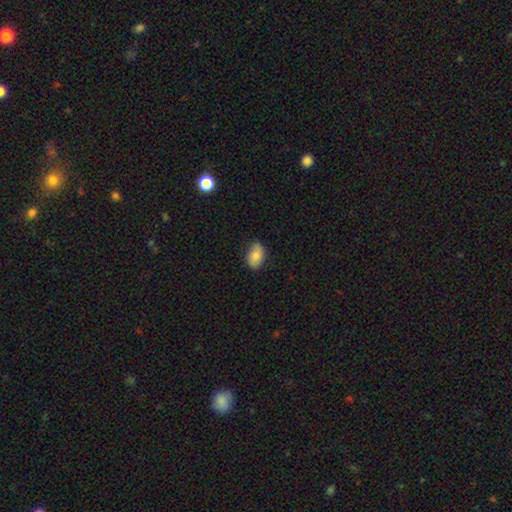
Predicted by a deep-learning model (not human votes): Smooth or featured?
  - smooth: 78% *
  - featured or disk: 15%
  - star or artifact: 7%
How rounded?
  - in between: 86% *
  - round: 12%
  - cigar-shaped: 1%
Merging?
  - none: 76% *
  - minor disturbance: 20%
  - major disturbance: 3%
  - merger: 1%